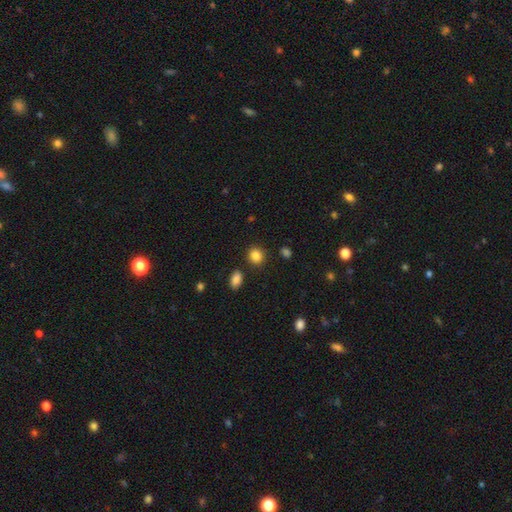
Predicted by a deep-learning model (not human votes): Smooth or featured: smooth — 86% (star or artifact — 10%)
How rounded: round — 78% (in between — 21%)
Merging: none — 86% (minor disturbance — 8%)